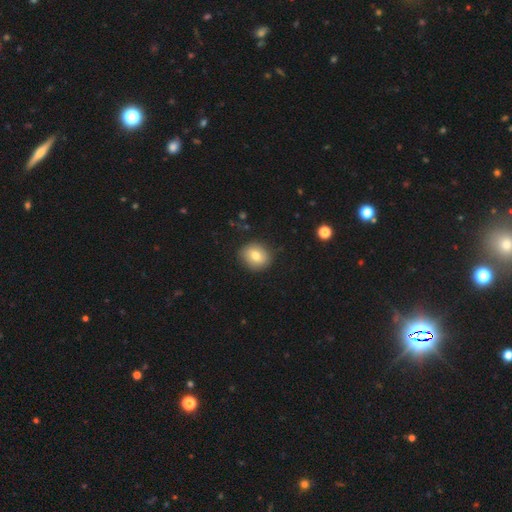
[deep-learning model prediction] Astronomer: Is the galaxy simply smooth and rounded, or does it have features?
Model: smooth — 76%.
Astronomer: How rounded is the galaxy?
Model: round — 65%.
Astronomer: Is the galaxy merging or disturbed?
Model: none — 86%.